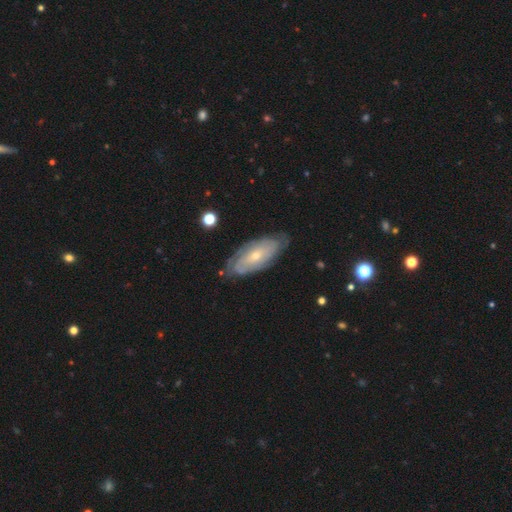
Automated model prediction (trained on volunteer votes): Smooth or featured? Predicted: featured or disk (p=0.73). Edge-on disk? Predicted: no (p=0.88). Bar? Predicted: no (p=0.72). Spiral arms? Predicted: yes (p=0.84). Spiral winding? Predicted: tight (p=0.74). Spiral arm count? Predicted: can't tell (p=0.56). Bulge size? Predicted: small (p=0.70). Merging? Predicted: none (p=0.79).